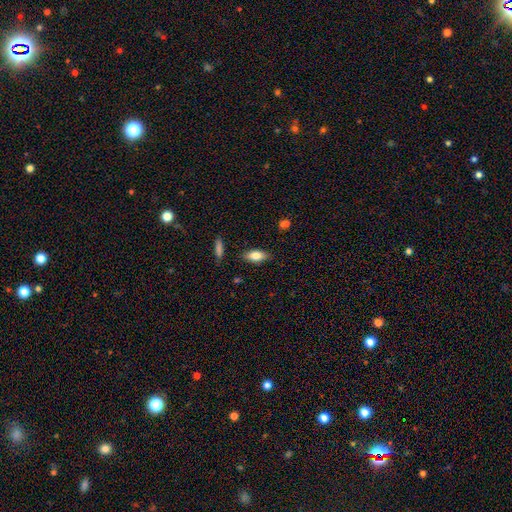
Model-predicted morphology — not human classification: This appears to be a smooth galaxy with no disk features (75%) that is in between round and cigar-shaped (78%). Merging: none (83%).